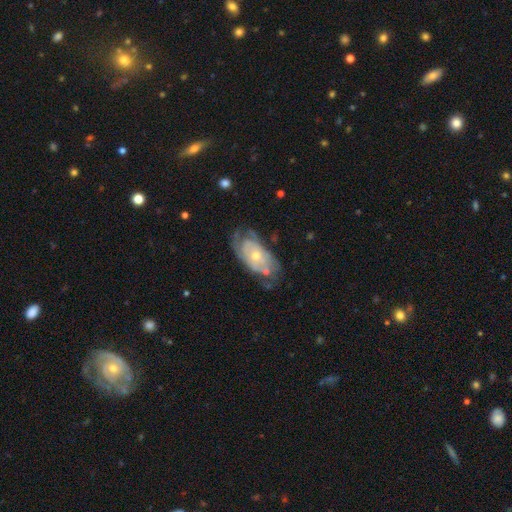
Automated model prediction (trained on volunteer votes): Overall: featured or disk (67%). Edge-on disk: no (93%). Bar: no (80%). Spiral arms: yes (66%; no 34%). Bulge size: moderate (51%; small 45%). Merging: none (50%; minor disturbance 30%).